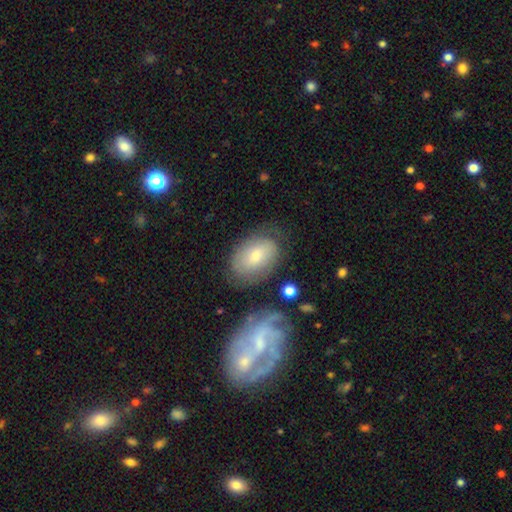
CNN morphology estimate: A smooth galaxy with no disk features (58%) that is in between round and cigar-shaped (85%).

Vote fractions:
- Smooth or featured? smooth: 58% / featured or disk: 35% / star or artifact: 7%
- How rounded? in between: 85% / round: 14% / cigar-shaped: 1%
- Merging? none: 66% / minor disturbance: 20% / major disturbance: 8% / merger: 5%